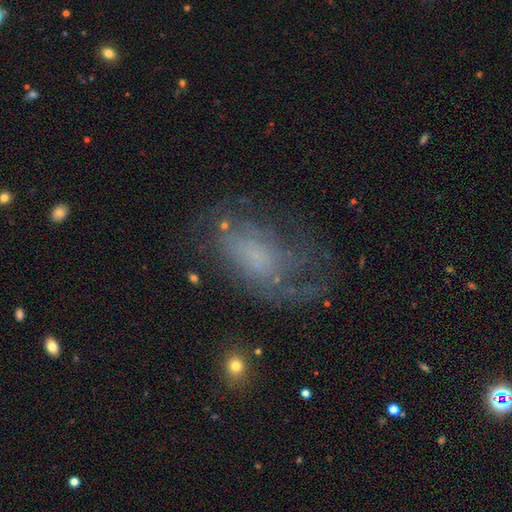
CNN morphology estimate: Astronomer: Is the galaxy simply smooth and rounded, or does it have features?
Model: featured or disk — 58%.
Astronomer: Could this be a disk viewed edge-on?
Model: no — 95%.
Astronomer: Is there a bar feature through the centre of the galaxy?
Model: no — 78%.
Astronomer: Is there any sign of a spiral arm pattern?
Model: yes — 67%.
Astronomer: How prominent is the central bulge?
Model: none — 43% (runner-up: small, 26%).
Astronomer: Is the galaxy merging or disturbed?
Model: none — 50%.